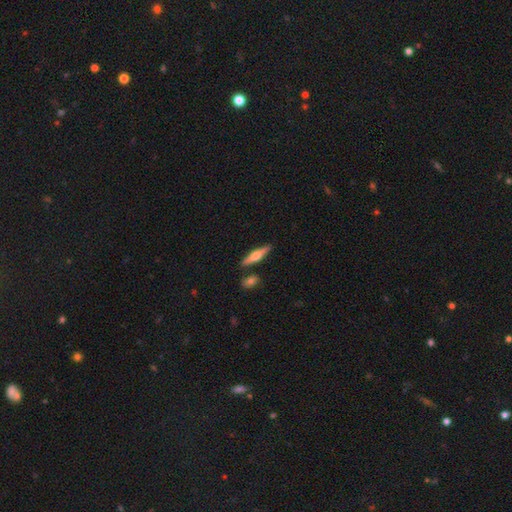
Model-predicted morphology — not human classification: A featured or disk galaxy (55%) viewed edge-on (95%) with a rounded central bulge (92%). Merging: none (84%).